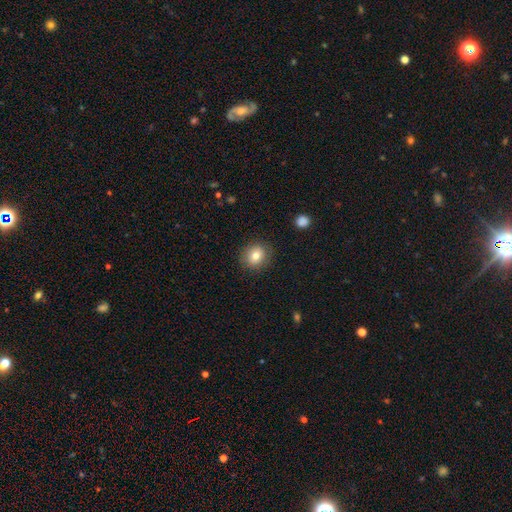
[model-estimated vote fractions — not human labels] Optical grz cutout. It shows a smooth galaxy with no disk features (79%) that is round (77%). Merging: none (86%).